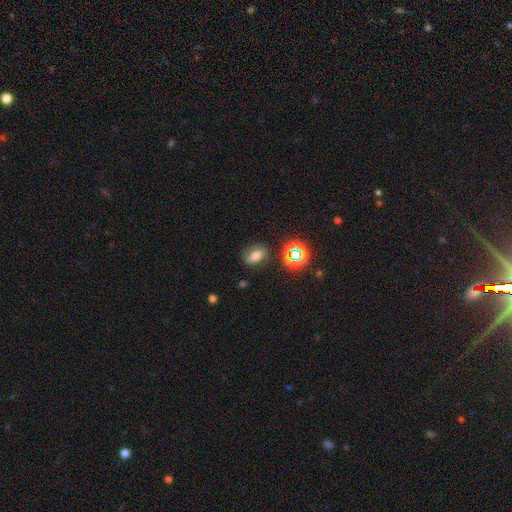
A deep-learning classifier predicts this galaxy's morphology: type=smooth (51%); roundness=in between (70%); merging=none (71%).